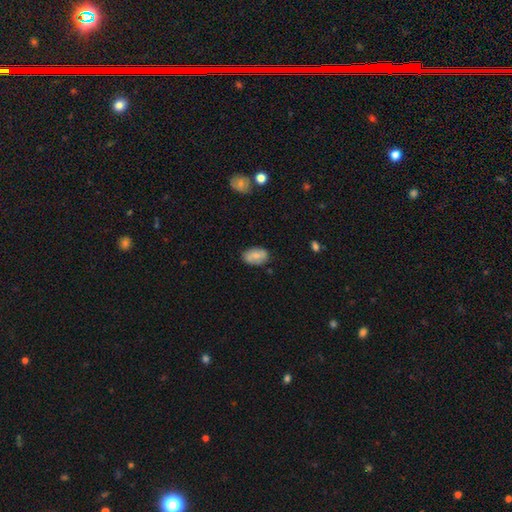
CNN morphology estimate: Smooth or featured? Predicted: smooth (p=0.68). How rounded? Predicted: in between (p=0.90). Merging? Predicted: none (p=0.78).